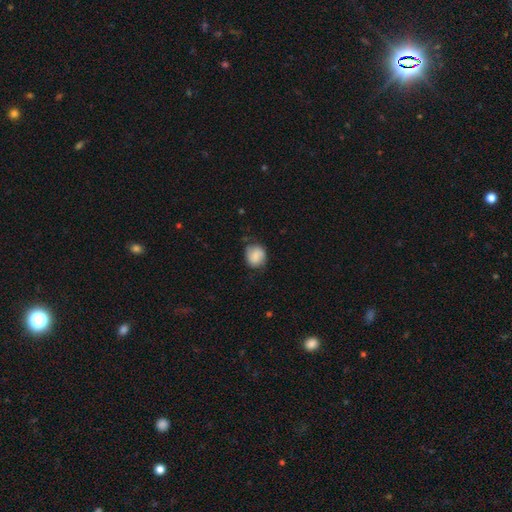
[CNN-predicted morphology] Q: Smooth or featured?
A: smooth (74%); runner-up: featured or disk (18%)
Q: How rounded?
A: round (70%); runner-up: in between (29%)
Q: Merging?
A: none (65%); runner-up: minor disturbance (26%)